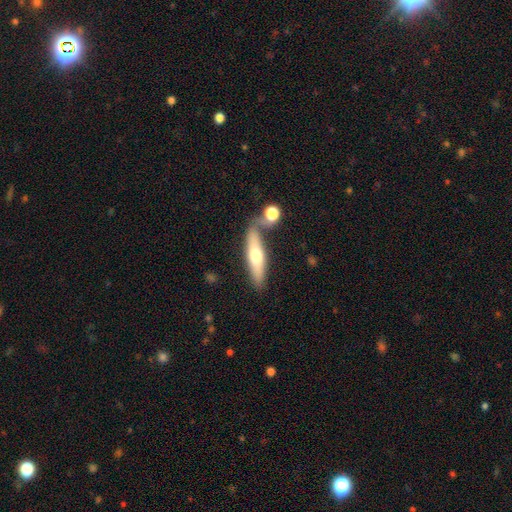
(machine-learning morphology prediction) This is possibly a smooth galaxy (56%). How rounded: likely cigar-shaped (69%). Merging: likely none (62%).